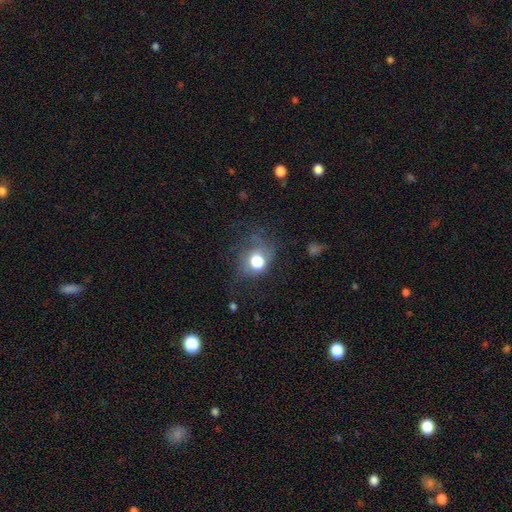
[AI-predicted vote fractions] Smooth or featured? smooth (52%)
How rounded? round (77%)
Merging? none (64%)